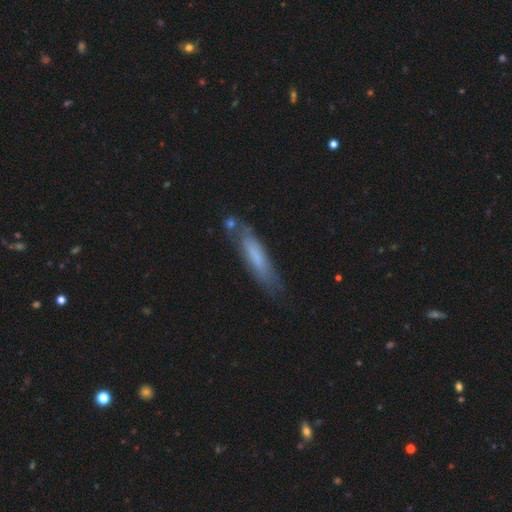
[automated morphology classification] Smooth or featured? smooth (59%)
How rounded? cigar-shaped (81%)
Merging? none (71%)